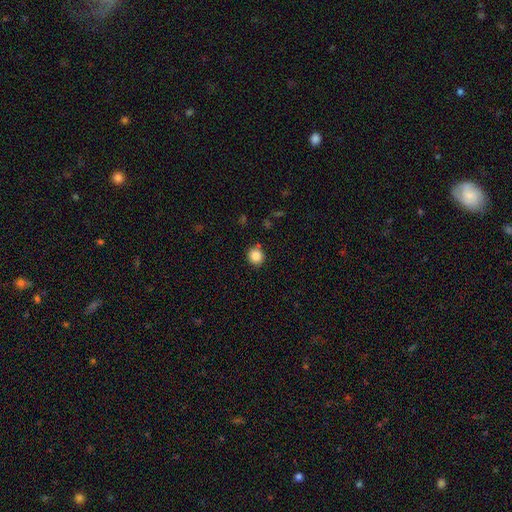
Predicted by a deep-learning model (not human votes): A smooth galaxy with no disk features (83%) that is round (91%).

Vote fractions:
- Smooth or featured? smooth: 83% / star or artifact: 10% / featured or disk: 6%
- How rounded? round: 91% / in between: 8% / cigar-shaped: 1%
- Merging? none: 88% / minor disturbance: 8% / merger: 2% / major disturbance: 2%